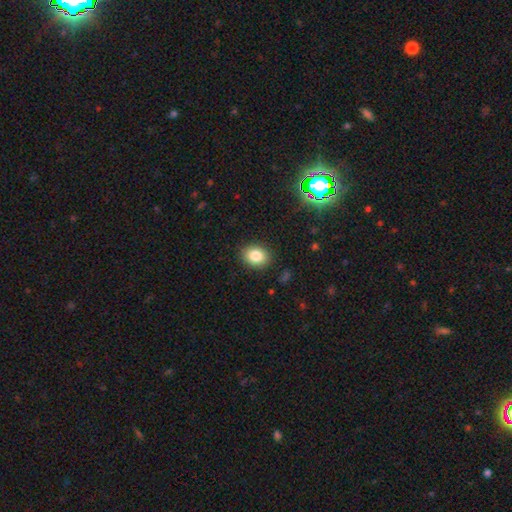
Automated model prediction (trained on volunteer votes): Smooth or featured?
  - smooth: 83% *
  - star or artifact: 10%
  - featured or disk: 7%
How rounded?
  - in between: 58% *
  - round: 41%
  - cigar-shaped: 1%
Merging?
  - none: 89% *
  - minor disturbance: 8%
  - major disturbance: 2%
  - merger: 1%